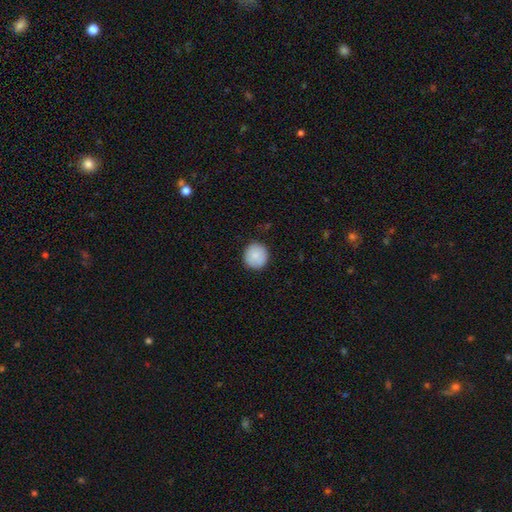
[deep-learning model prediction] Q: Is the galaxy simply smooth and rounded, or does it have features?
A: smooth — 85%.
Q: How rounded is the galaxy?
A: round — 92%.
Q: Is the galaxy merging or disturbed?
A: none — 88%.